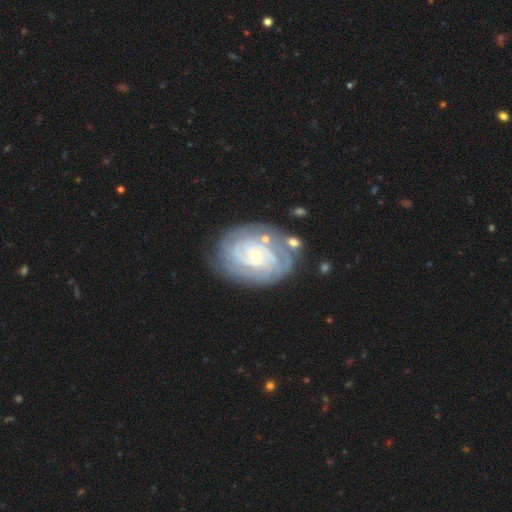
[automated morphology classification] The model was most divided on "spiral arm count": can't tell: 37%, 2: 18%, 4: 16%, 3: 15%, more than 4: 9%, 1: 6%. More confident: edge-on disk — no (97%); spiral arms — yes (94%); smooth or featured — featured or disk (84%); bulge size — small (81%); spiral winding — tight (78%); bar — no (73%); merging — none (70%).